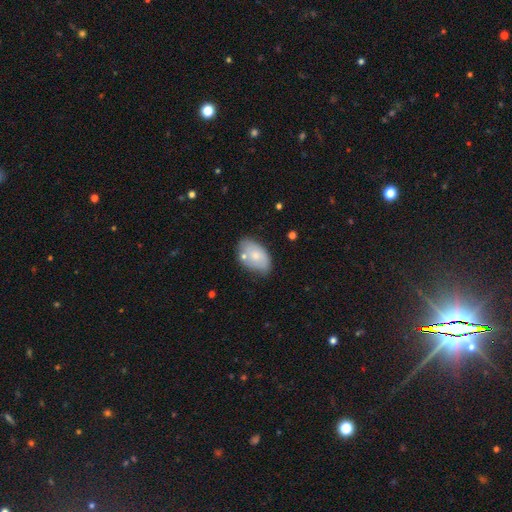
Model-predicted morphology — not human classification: Smooth or featured: smooth — 66% (featured or disk — 28%)
How rounded: in between — 92% (round — 7%)
Merging: none — 61% (minor disturbance — 24%)